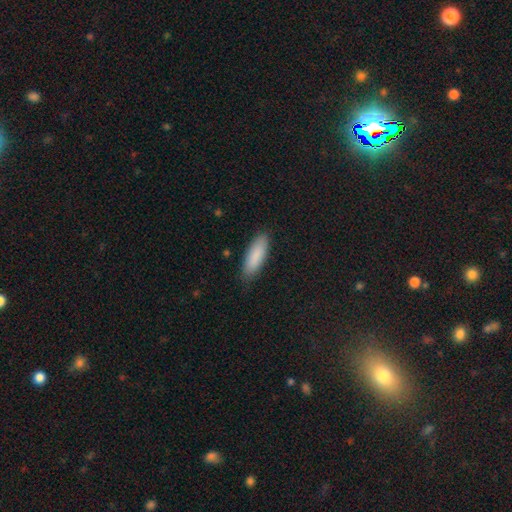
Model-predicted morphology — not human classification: type=smooth (88%); roundness=in between (56%); merging=none (83%).